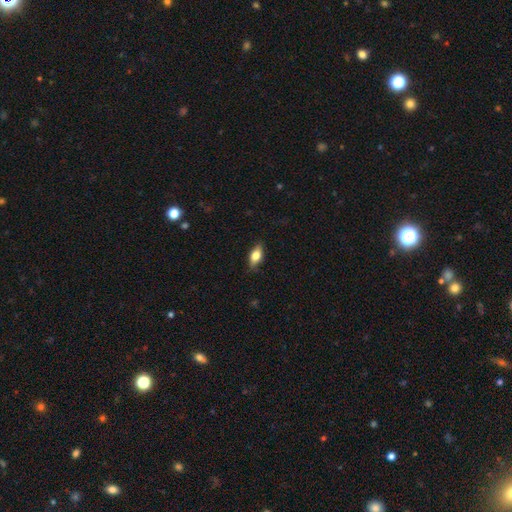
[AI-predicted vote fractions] Q: Smooth or featured?
A: smooth (70%); runner-up: featured or disk (23%)
Q: How rounded?
A: in between (81%); runner-up: cigar-shaped (15%)
Q: Merging?
A: none (83%); runner-up: minor disturbance (14%)